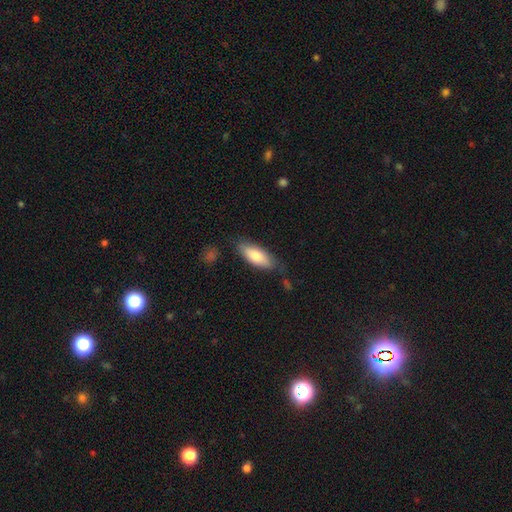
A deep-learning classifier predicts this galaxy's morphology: type=smooth (78%); roundness=in between (72%); merging=none (74%).